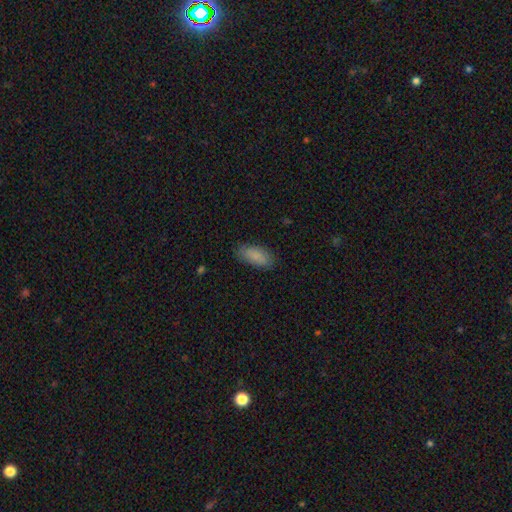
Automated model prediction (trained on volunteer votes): Smooth or featured? Predicted: smooth (p=0.87). How rounded? Predicted: in between (p=0.88). Merging? Predicted: none (p=0.80).